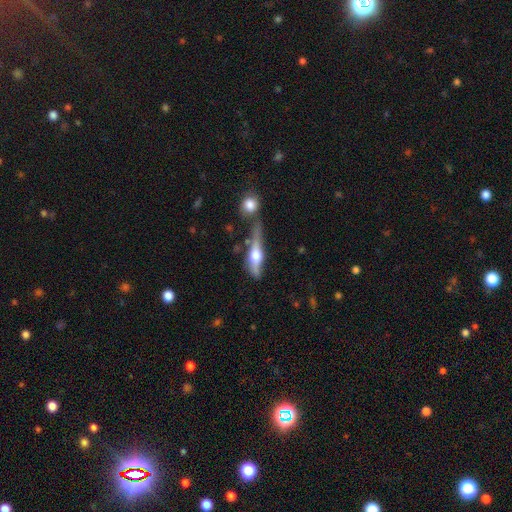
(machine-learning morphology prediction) Q: Smooth or featured?
A: featured or disk (60%); runner-up: smooth (34%)
Q: Edge-on disk?
A: yes (88%); runner-up: no (12%)
Q: Edge-on bulge?
A: rounded (94%); runner-up: boxy (4%)
Q: Merging?
A: none (46%); runner-up: merger (22%)